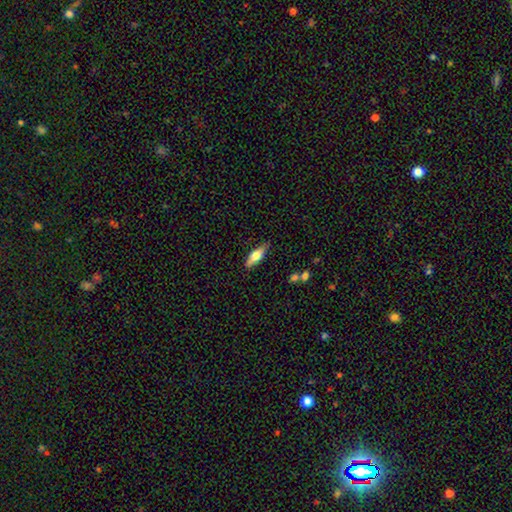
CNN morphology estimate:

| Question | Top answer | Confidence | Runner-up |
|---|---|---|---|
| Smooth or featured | smooth | 55% | featured or disk (39%) |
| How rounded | in between | 50% | cigar-shaped (48%) |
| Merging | none | 84% | minor disturbance (12%) |